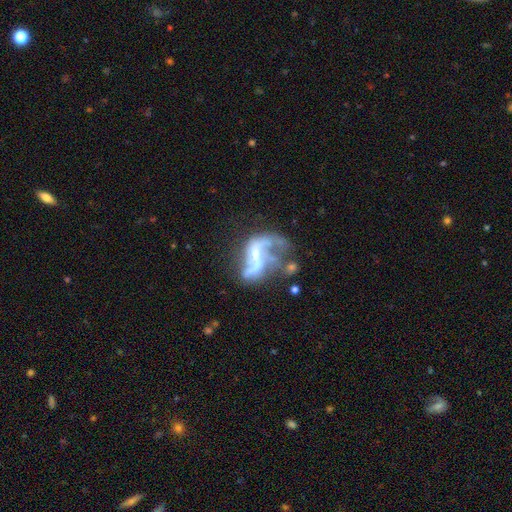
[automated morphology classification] Smooth or featured?
  - featured or disk: 84% *
  - star or artifact: 9%
  - smooth: 7%
Edge-on disk?
  - no: 97% *
  - yes: 3%
Bar?
  - no: 42% *
  - weak: 38%
  - strong: 19%
Spiral arms?
  - yes: 87% *
  - no: 13%
Spiral winding?
  - loose: 75% *
  - medium: 20%
  - tight: 5%
Spiral arm count?
  - 2: 76% *
  - 1: 8%
  - can't tell: 7%
  - 3: 5%
  - 4: 2%
  - more than 4: 2%
Bulge size?
  - small: 56% *
  - moderate: 32%
  - none: 9%
  - large: 2%
  - dominant: 1%
Merging?
  - none: 36% *
  - major disturbance: 30%
  - minor disturbance: 17%
  - merger: 17%